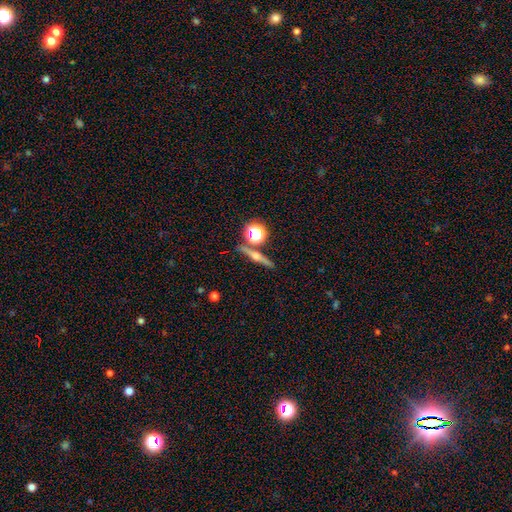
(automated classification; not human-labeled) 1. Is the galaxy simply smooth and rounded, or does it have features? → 65% featured or disk, 21% smooth, 14% star or artifact.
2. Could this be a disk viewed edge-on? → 95% yes, 5% no.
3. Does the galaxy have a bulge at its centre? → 91% rounded, 5% boxy, 4% none.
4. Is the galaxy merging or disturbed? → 84% none, 7% minor disturbance, 6% merger, 3% major disturbance.